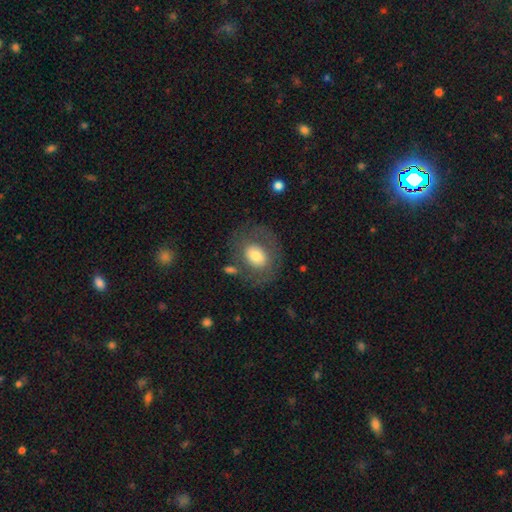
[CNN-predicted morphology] Overall: smooth (63%; featured or disk 29%). How rounded: round (50%; in between 49%). Merging: none (70%).